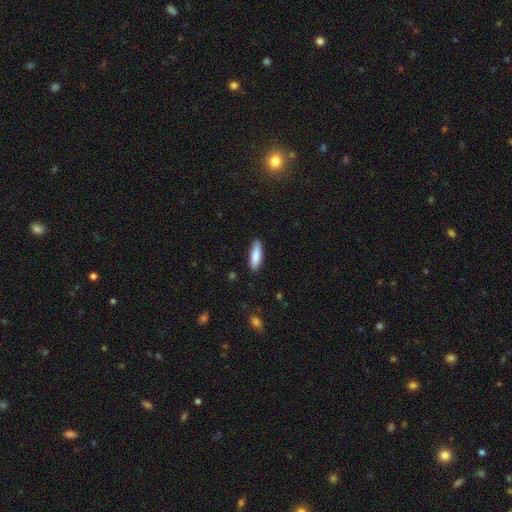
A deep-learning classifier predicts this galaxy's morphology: smooth 87%, featured or disk 7%, star or artifact 5%. Down the decision tree: how rounded — in between (50%); merging — none (87%).